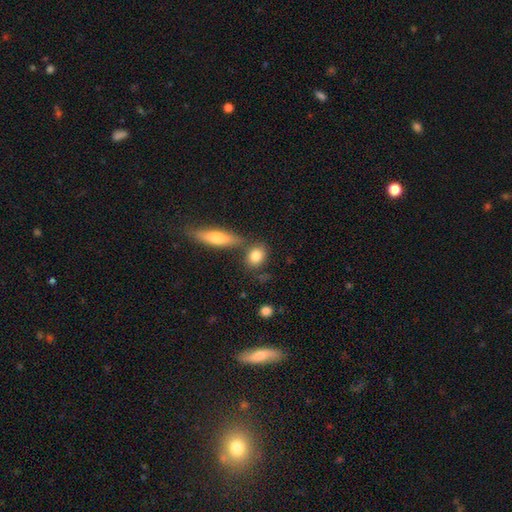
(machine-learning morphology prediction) smooth 82%, featured or disk 10%, star or artifact 8%. Down the decision tree: how rounded — in between (55%); merging — none (66%).